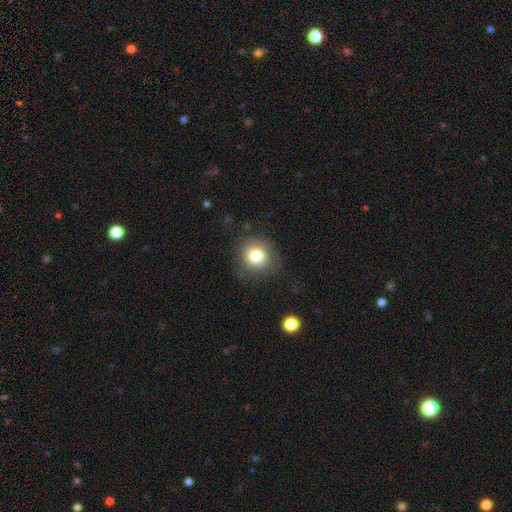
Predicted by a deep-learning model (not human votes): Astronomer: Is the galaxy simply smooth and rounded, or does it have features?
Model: smooth — 78%.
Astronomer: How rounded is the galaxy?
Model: round — 82%.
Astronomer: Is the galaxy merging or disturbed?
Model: none — 76%.